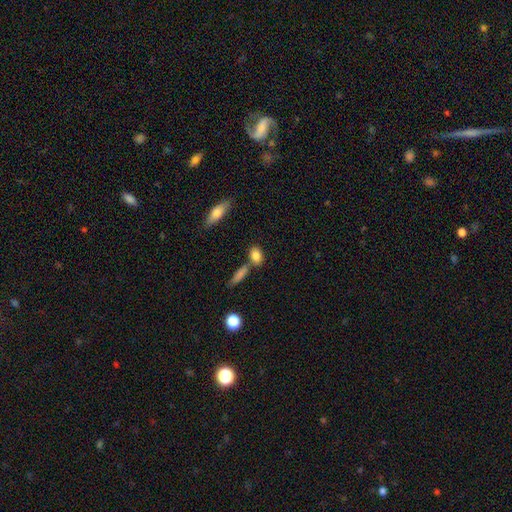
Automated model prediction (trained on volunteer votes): Smooth or featured?
  - smooth: 83% *
  - featured or disk: 9%
  - star or artifact: 8%
How rounded?
  - in between: 74% *
  - round: 18%
  - cigar-shaped: 9%
Merging?
  - none: 62% *
  - merger: 23%
  - minor disturbance: 12%
  - major disturbance: 4%